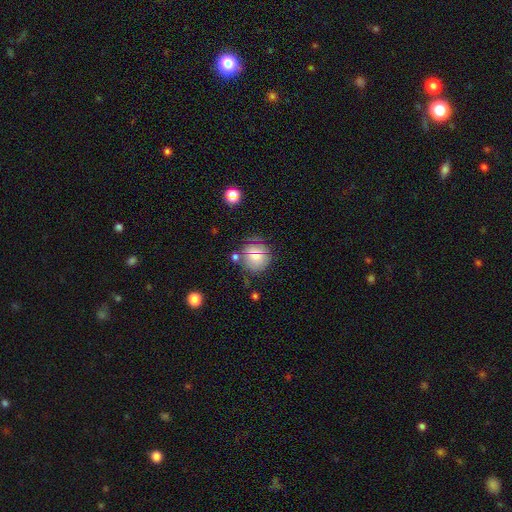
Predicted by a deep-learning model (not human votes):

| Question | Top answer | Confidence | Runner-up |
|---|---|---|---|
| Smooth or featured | smooth | 65% | star or artifact (18%) |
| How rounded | round | 88% | in between (11%) |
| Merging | none | 74% | minor disturbance (15%) |